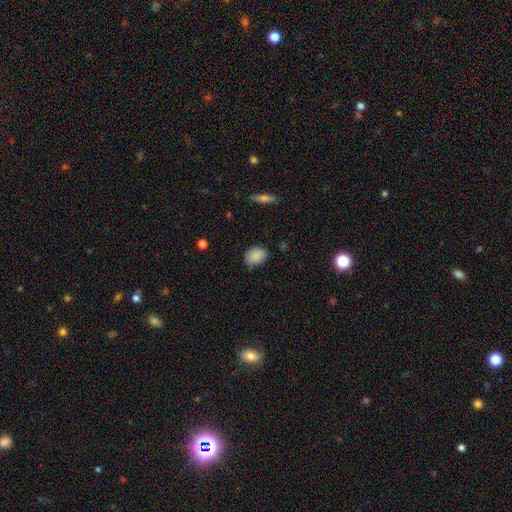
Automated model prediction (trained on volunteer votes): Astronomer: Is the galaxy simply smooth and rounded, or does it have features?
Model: smooth — 86%.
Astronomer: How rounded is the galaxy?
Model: in between — 71%.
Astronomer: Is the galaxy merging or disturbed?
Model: none — 77%.